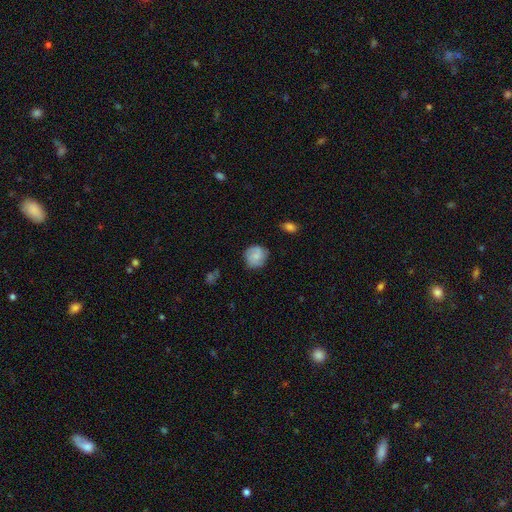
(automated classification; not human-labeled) Smooth or featured?
  - smooth: 59% *
  - featured or disk: 34%
  - star or artifact: 8%
How rounded?
  - round: 84% *
  - in between: 15%
  - cigar-shaped: 1%
Merging?
  - none: 75% *
  - minor disturbance: 19%
  - major disturbance: 5%
  - merger: 2%